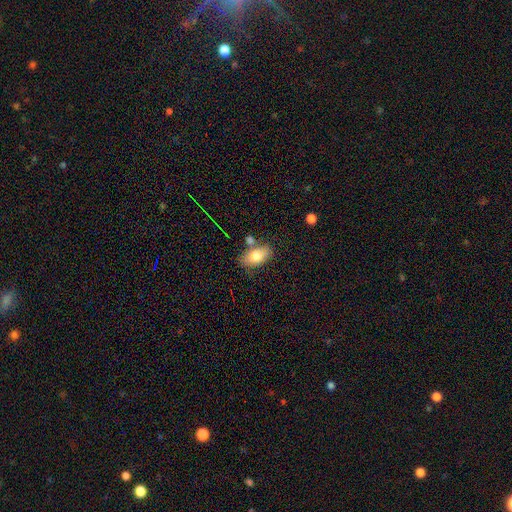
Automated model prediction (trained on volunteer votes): Smooth or featured? Predicted: smooth (p=0.76). How rounded? Predicted: in between (p=0.91). Merging? Predicted: none (p=0.65).